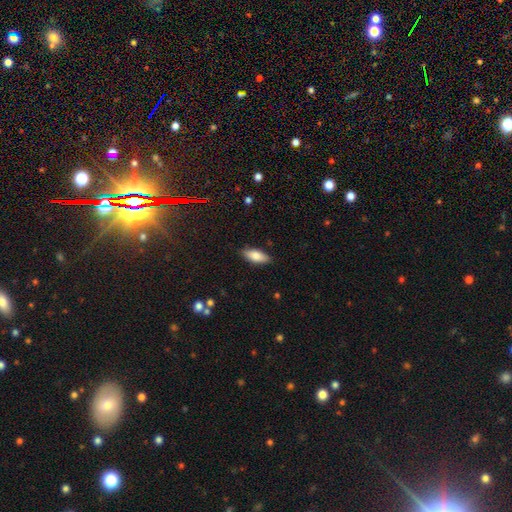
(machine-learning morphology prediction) This appears to be a smooth galaxy with no disk features (80%) that is in between round and cigar-shaped (81%). Merging: none (87%).